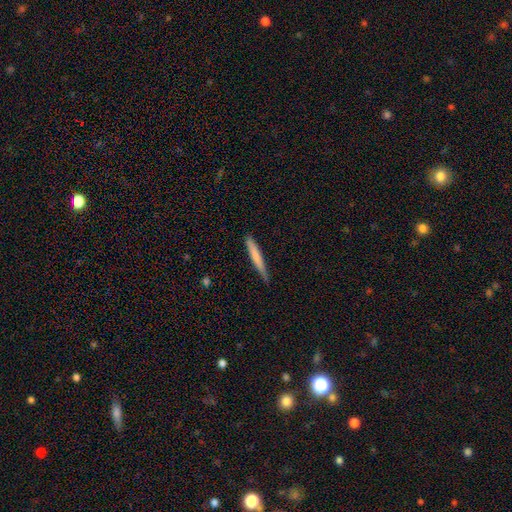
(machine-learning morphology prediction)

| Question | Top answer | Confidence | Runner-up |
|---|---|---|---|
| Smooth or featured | smooth | 72% | featured or disk (23%) |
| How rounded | cigar-shaped | 96% | in between (3%) |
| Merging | none | 78% | minor disturbance (18%) |